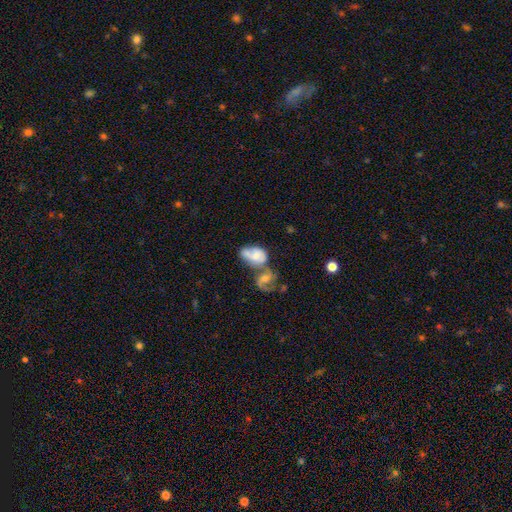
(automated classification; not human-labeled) This appears to be a featured or disk galaxy (56%) with no bar (66%), spiral arms (77%) and a moderate central bulge (47%). Merging: merger (69%).